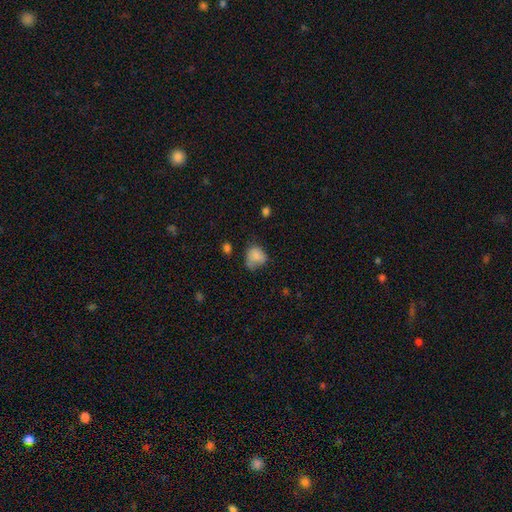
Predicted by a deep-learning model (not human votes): The model was most divided on "merging": none: 42%, minor disturbance: 36%, major disturbance: 17%, merger: 5%. More confident: smooth or featured — smooth (78%); how rounded — round (55%).